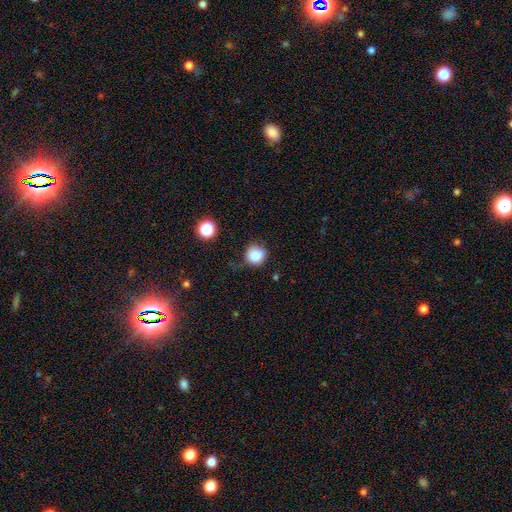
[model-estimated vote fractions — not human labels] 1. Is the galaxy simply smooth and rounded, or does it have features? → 83% smooth, 11% star or artifact, 7% featured or disk.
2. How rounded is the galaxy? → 84% round, 15% in between, 1% cigar-shaped.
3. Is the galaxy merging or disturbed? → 63% none, 25% minor disturbance, 9% major disturbance, 3% merger.